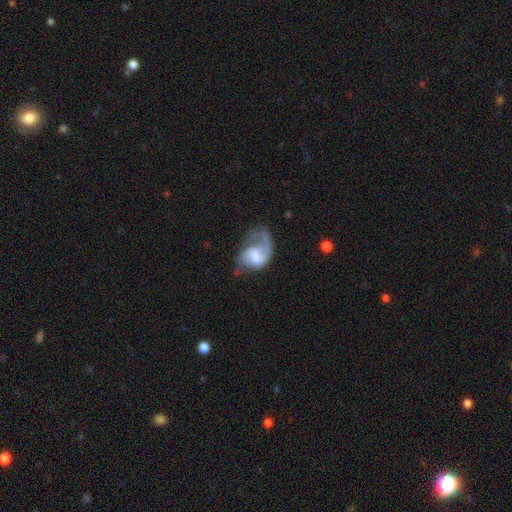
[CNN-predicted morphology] This is likely a featured or disk galaxy (74%). It is clearly not viewed edge-on (97%). Bar: possibly weak (49%). Spiral arm pattern: clearly yes (90%). Spiral arm count: possibly 2 (49%). Spiral winding: marginally loose (43%). Central bulge: marginally moderate (35%). Merging: marginally none (39%).